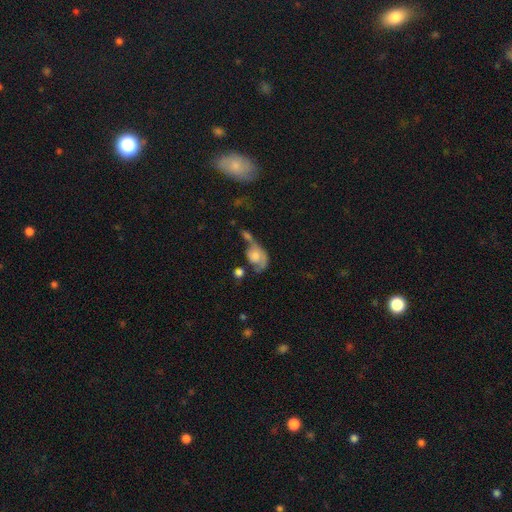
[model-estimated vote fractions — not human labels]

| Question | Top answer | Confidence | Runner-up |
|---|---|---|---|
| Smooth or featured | smooth | 56% | featured or disk (35%) |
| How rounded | in between | 67% | round (31%) |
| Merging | merger | 36% | major disturbance (26%) |